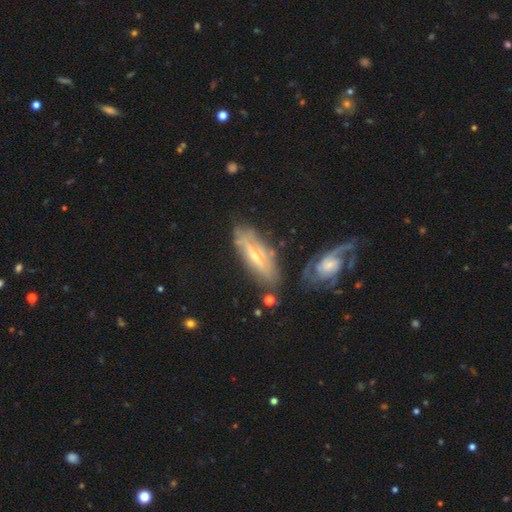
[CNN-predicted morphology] A featured or disk galaxy (70%). Merging: none (66%).